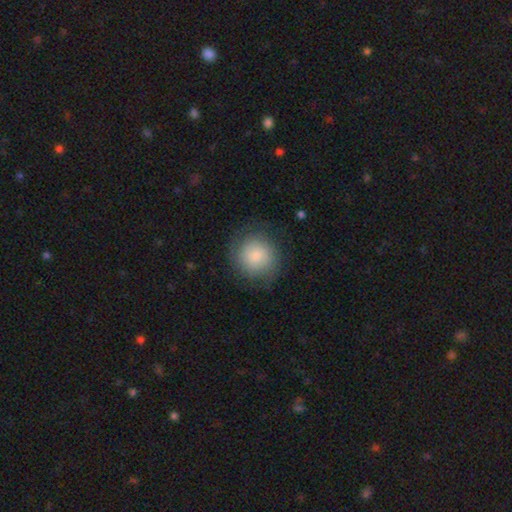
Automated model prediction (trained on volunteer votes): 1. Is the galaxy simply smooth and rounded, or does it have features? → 77% smooth, 16% featured or disk, 8% star or artifact.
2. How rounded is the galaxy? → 92% round, 7% in between, 1% cigar-shaped.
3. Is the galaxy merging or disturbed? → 79% none, 13% minor disturbance, 7% major disturbance, 1% merger.